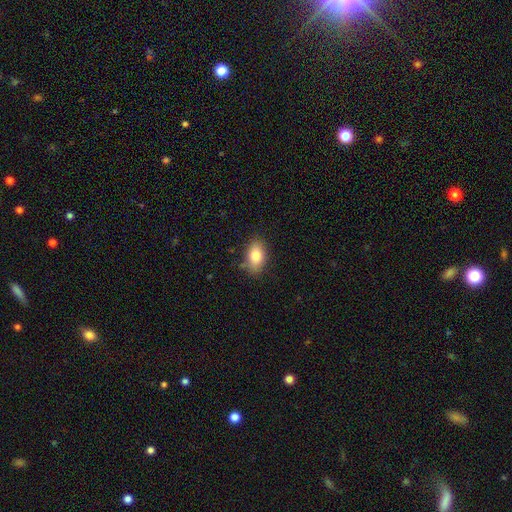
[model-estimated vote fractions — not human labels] Morphology: type=smooth (81%); roundness=in between (87%); merging=none (78%).